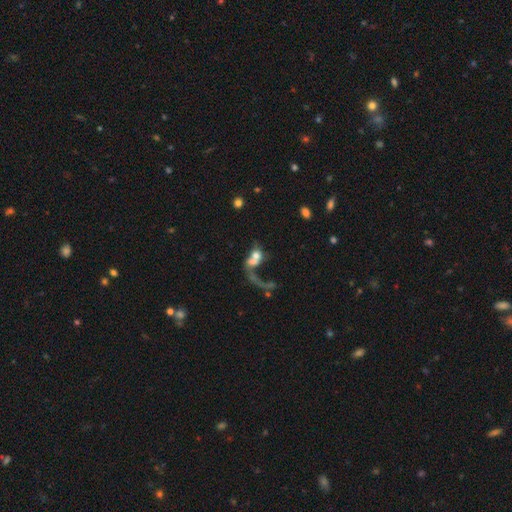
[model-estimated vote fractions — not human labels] The model was most divided on "smooth or featured": smooth: 49%, featured or disk: 39%, star or artifact: 13%. More confident: merging — merger (63%).